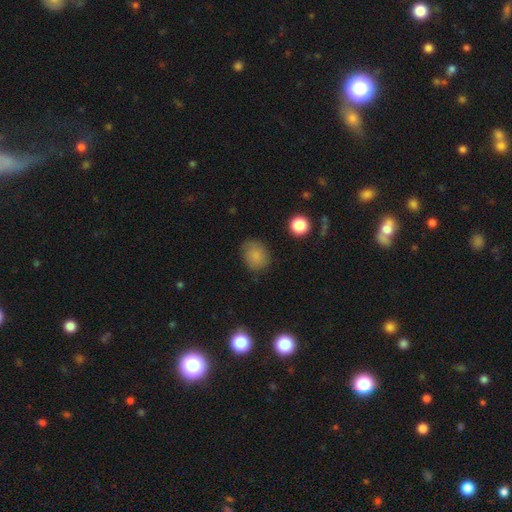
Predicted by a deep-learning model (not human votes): Morphology: type=smooth (80%); roundness=round (62%); merging=none (70%).